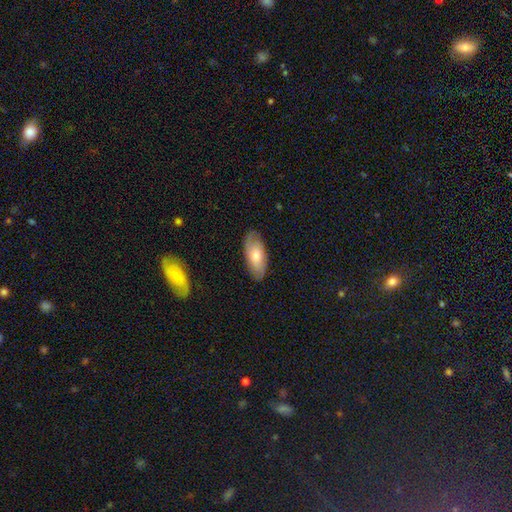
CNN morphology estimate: Q: Smooth or featured?
A: smooth (68%); runner-up: featured or disk (26%)
Q: How rounded?
A: in between (88%); runner-up: cigar-shaped (9%)
Q: Merging?
A: none (80%); runner-up: minor disturbance (16%)